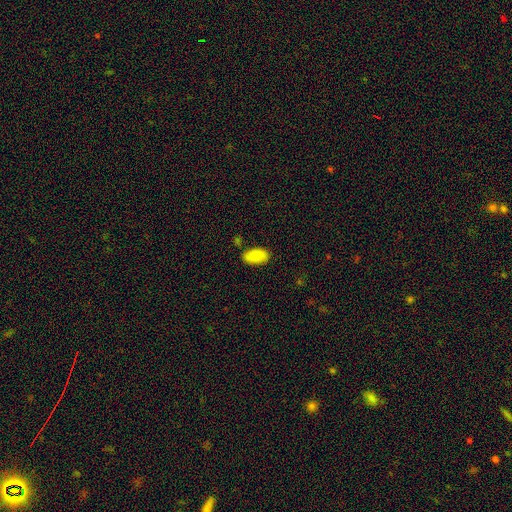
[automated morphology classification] Smooth or featured?
  - smooth: 88% *
  - star or artifact: 7%
  - featured or disk: 5%
How rounded?
  - in between: 95% *
  - round: 3%
  - cigar-shaped: 2%
Merging?
  - none: 77% *
  - minor disturbance: 15%
  - merger: 4%
  - major disturbance: 3%